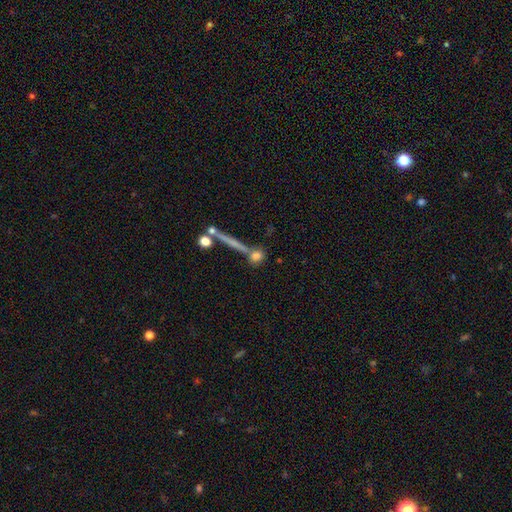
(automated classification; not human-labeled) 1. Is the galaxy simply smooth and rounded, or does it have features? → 72% smooth, 17% featured or disk, 11% star or artifact.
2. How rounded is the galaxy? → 56% round, 23% in between, 21% cigar-shaped.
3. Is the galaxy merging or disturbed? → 62% none, 21% merger, 12% minor disturbance, 6% major disturbance.